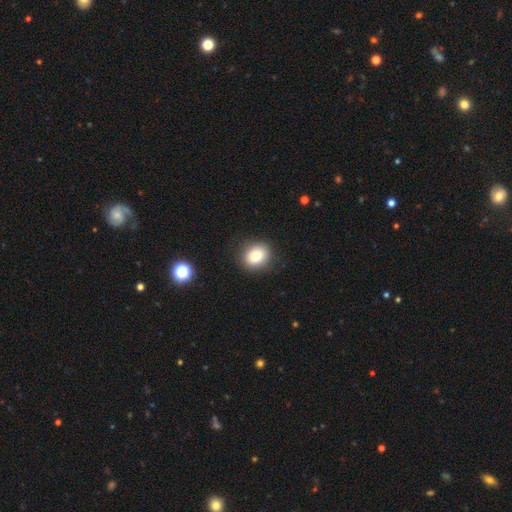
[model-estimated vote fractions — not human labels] Q: Smooth or featured?
A: smooth (78%); runner-up: featured or disk (11%)
Q: How rounded?
A: round (66%); runner-up: in between (34%)
Q: Merging?
A: none (88%); runner-up: minor disturbance (8%)